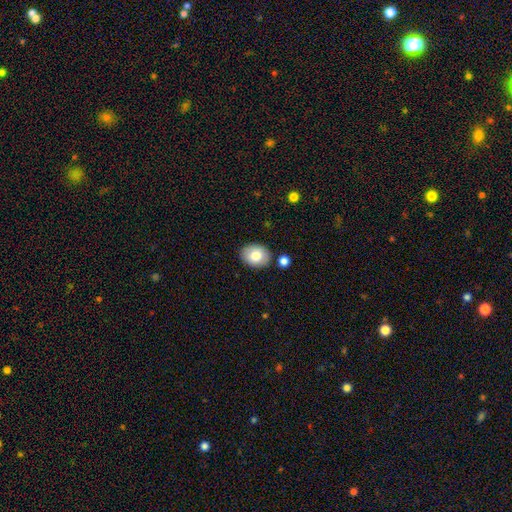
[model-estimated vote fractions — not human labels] Overall: smooth (81%). How rounded: in between (61%; round 38%). Merging: none (84%).